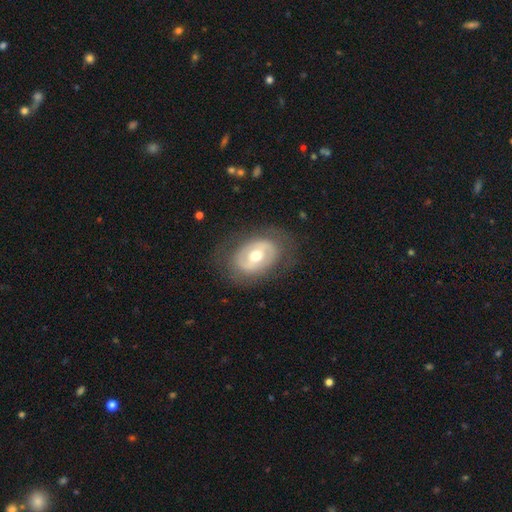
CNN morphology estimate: Smooth or featured?
  - featured or disk: 65% *
  - smooth: 29%
  - star or artifact: 6%
Edge-on disk?
  - no: 94% *
  - yes: 6%
Bar?
  - no: 50% *
  - weak: 30%
  - strong: 19%
Spiral arms?
  - no: 63% *
  - yes: 37%
Bulge size?
  - moderate: 73% *
  - small: 19%
  - large: 6%
  - dominant: 1%
  - none: 1%
Merging?
  - none: 75% *
  - minor disturbance: 15%
  - major disturbance: 9%
  - merger: 1%